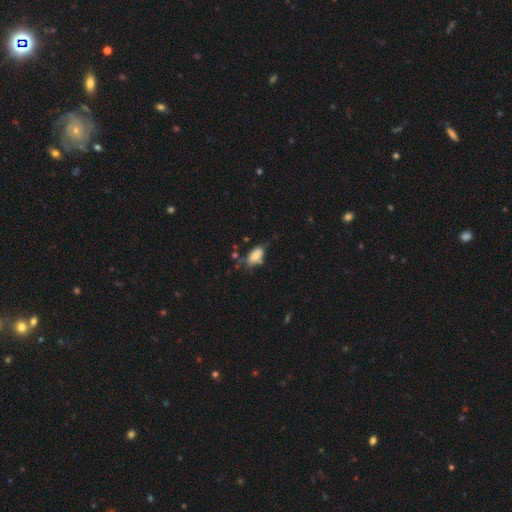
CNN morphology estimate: type=smooth (77%); roundness=in between (90%); merging=none (48%).